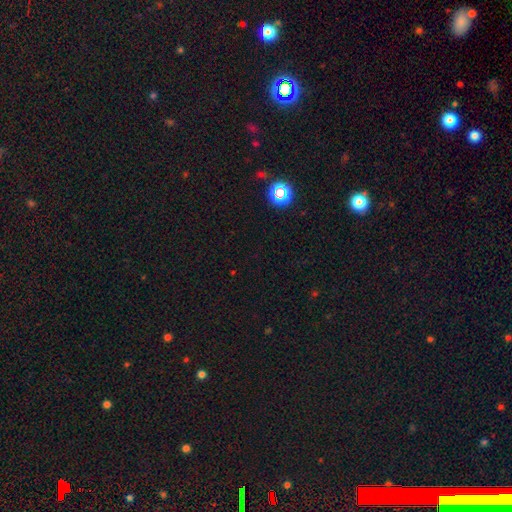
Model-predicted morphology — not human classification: Smooth or featured? star or artifact (73%)